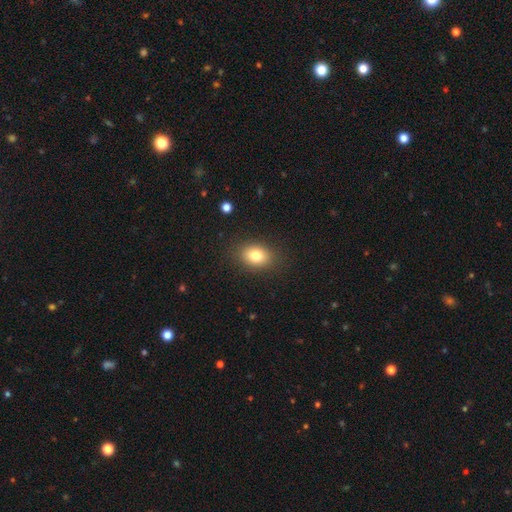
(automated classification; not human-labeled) A smooth galaxy with no disk features (80%) that is in between round and cigar-shaped (66%).

Vote fractions:
- Smooth or featured? smooth: 80% / star or artifact: 10% / featured or disk: 10%
- How rounded? in between: 66% / round: 33% / cigar-shaped: 1%
- Merging? none: 86% / minor disturbance: 10% / major disturbance: 3% / merger: 1%